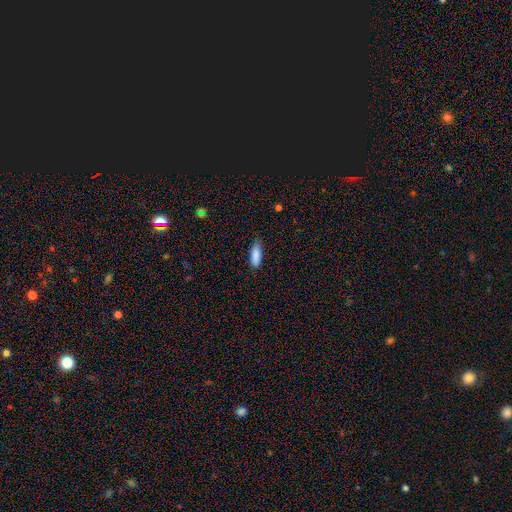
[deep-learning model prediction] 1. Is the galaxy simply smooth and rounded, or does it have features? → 87% smooth, 7% star or artifact, 6% featured or disk.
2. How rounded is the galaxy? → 60% in between, 38% cigar-shaped, 2% round.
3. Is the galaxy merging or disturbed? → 75% none, 21% minor disturbance, 3% major disturbance, 1% merger.